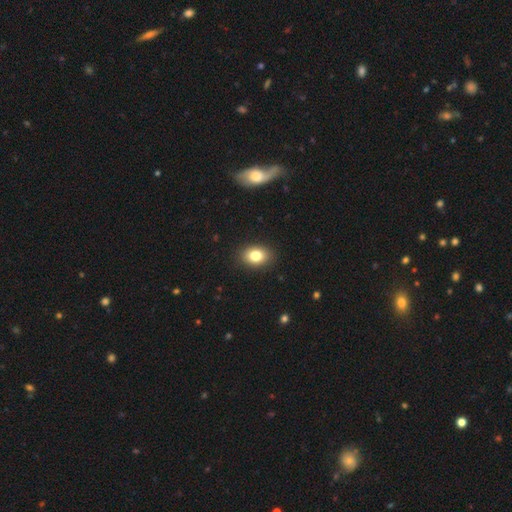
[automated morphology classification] smooth 81%, star or artifact 10%, featured or disk 9%. Down the decision tree: how rounded — in between (74%); merging — none (89%).